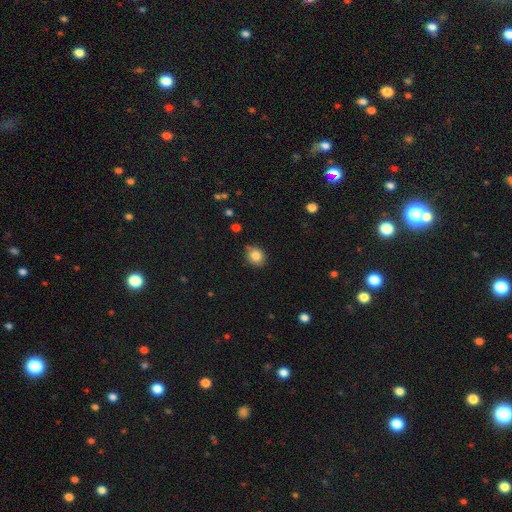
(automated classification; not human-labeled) Morphology: type=smooth (83%); roundness=round (62%); merging=none (75%).